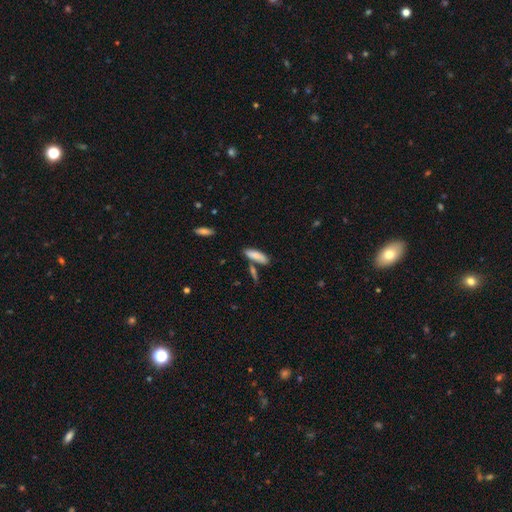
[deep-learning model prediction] smooth-or-featured: smooth: 82% | featured or disk: 11% | star or artifact: 7%
  how-rounded: cigar-shaped: 53% | in between: 45% | round: 2%
  merging: none: 65% | merger: 17% | minor disturbance: 15% | major disturbance: 4%